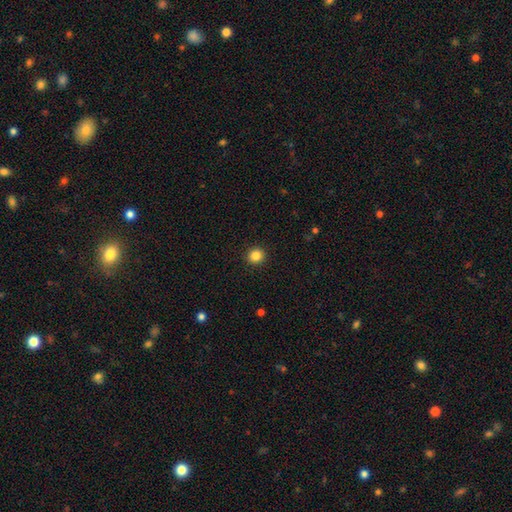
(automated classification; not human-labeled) Morphology: type=smooth (85%); roundness=round (90%); merging=none (93%).